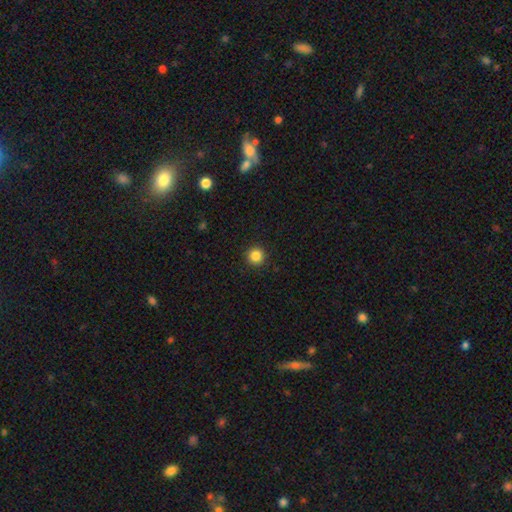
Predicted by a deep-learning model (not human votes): Smooth or featured?
  - smooth: 85% *
  - star or artifact: 11%
  - featured or disk: 4%
How rounded?
  - round: 95% *
  - in between: 4%
  - cigar-shaped: 1%
Merging?
  - none: 93% *
  - minor disturbance: 5%
  - major disturbance: 2%
  - merger: 1%